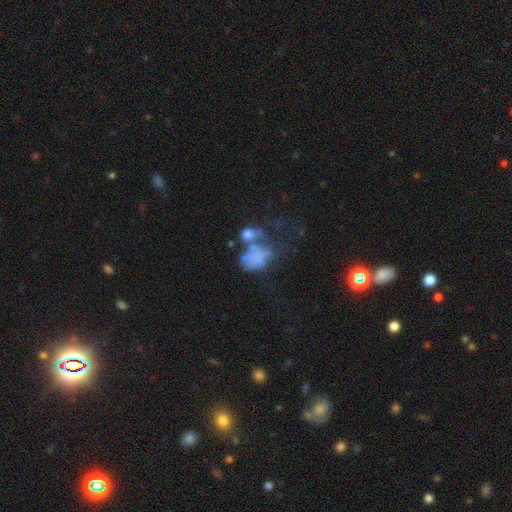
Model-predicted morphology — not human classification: This is possibly a smooth galaxy (47%). Merging: marginally merger (36%).